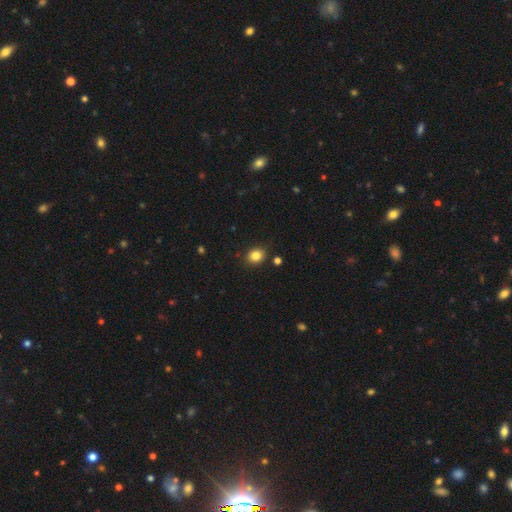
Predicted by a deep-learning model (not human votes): smooth_or_featured: smooth (p=0.84) [alt: star or artifact p=0.11]
how_rounded: round (p=0.65) [alt: in between p=0.34]
merging: none (p=0.87) [alt: minor disturbance p=0.08]